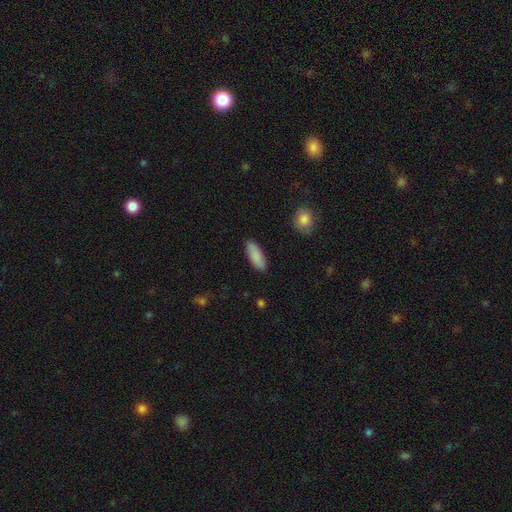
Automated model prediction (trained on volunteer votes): Q: Smooth or featured?
A: smooth (88%); runner-up: featured or disk (6%)
Q: How rounded?
A: in between (72%); runner-up: cigar-shaped (26%)
Q: Merging?
A: none (88%); runner-up: minor disturbance (9%)